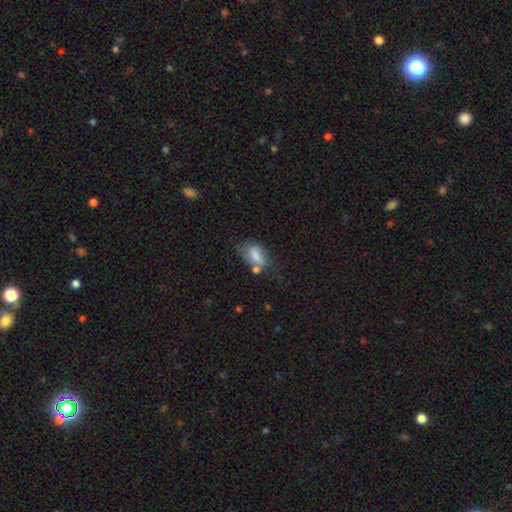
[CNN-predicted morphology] A smooth galaxy with no disk features (75%) that is in between round and cigar-shaped (87%). Merging: none (38%).